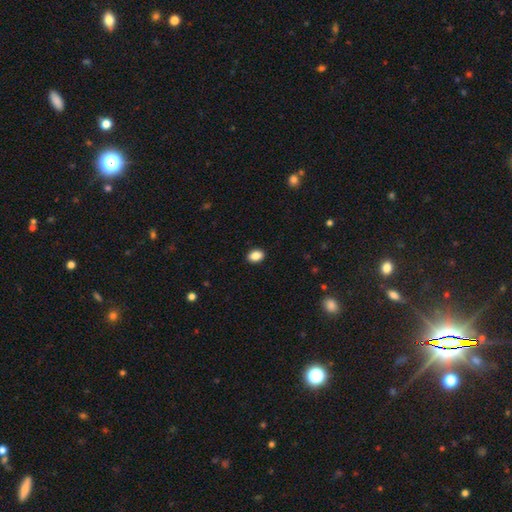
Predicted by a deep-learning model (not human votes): Smooth or featured? smooth (87%)
How rounded? in between (76%)
Merging? none (91%)